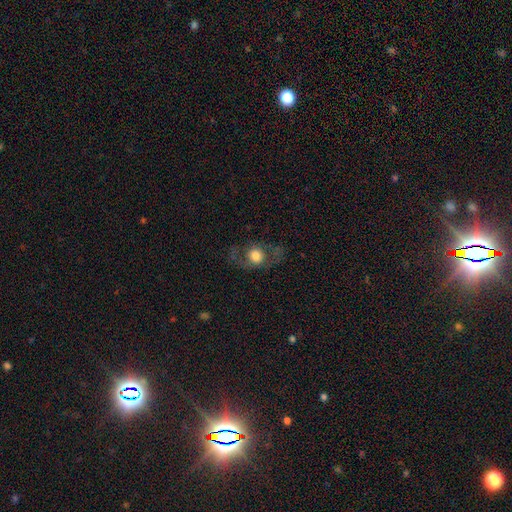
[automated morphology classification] smooth_or_featured: smooth (p=0.56) [alt: featured or disk p=0.35]
how_rounded: round (p=0.66) [alt: in between p=0.32]
merging: none (p=0.69) [alt: minor disturbance p=0.15]